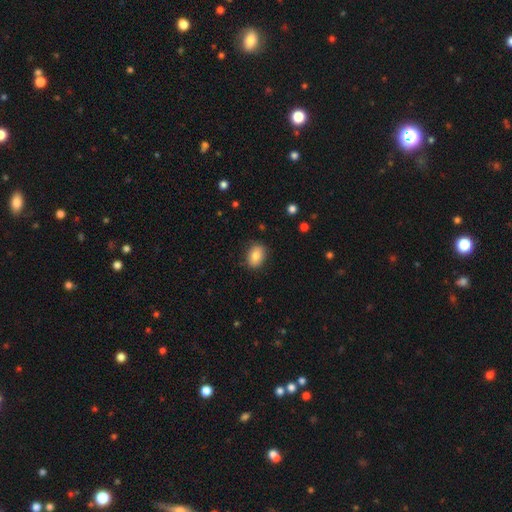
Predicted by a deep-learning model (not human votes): smooth 83%, featured or disk 9%, star or artifact 8%. Down the decision tree: how rounded — in between (77%); merging — none (84%).